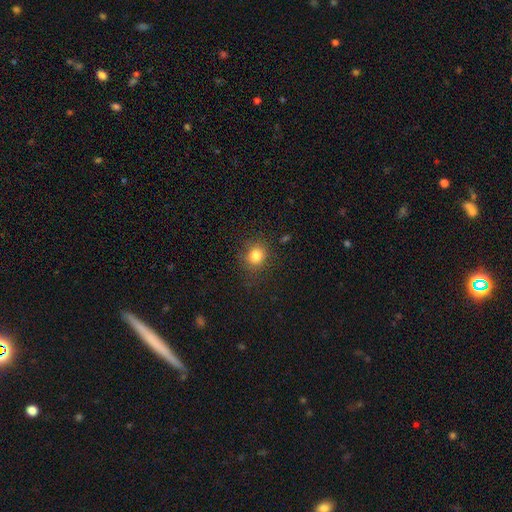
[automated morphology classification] Overall: smooth (82%). How rounded: round (80%). Merging: none (84%).